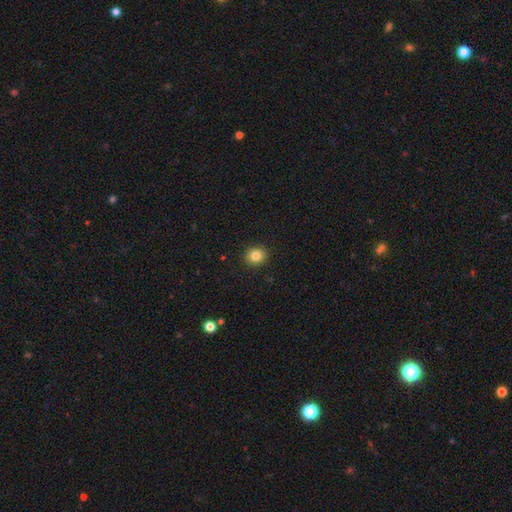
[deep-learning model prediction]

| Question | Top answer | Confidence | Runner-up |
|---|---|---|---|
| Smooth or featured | smooth | 84% | star or artifact (10%) |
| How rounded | round | 79% | in between (20%) |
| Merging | none | 91% | minor disturbance (6%) |